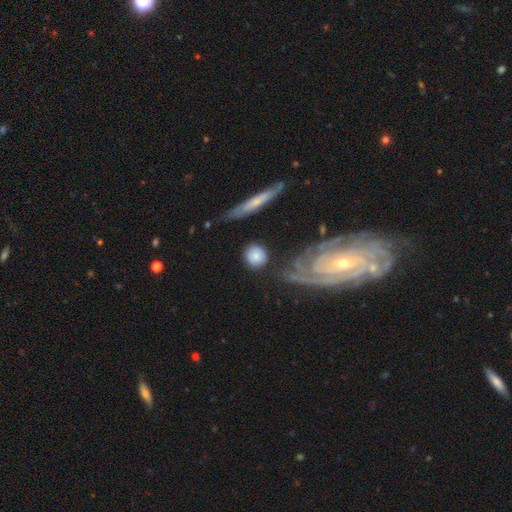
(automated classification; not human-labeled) This is likely a smooth galaxy (75%). How rounded: clearly round (86%). Merging: likely none (75%).